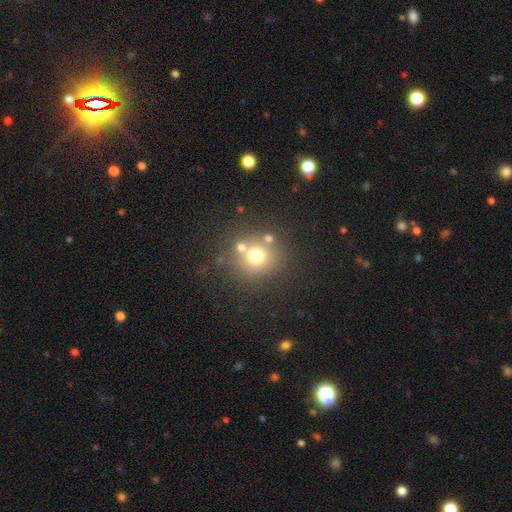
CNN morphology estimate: A smooth galaxy with no disk features (67%) that is round (89%).

Vote fractions:
- Smooth or featured? smooth: 67% / star or artifact: 18% / featured or disk: 14%
- How rounded? round: 89% / in between: 11% / cigar-shaped: 1%
- Merging? none: 66% / merger: 20% / minor disturbance: 9% / major disturbance: 5%